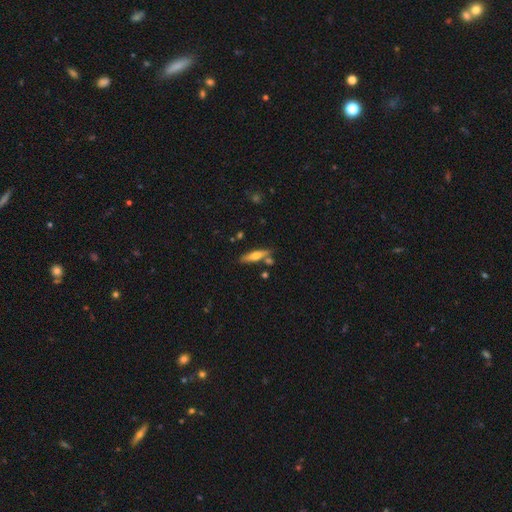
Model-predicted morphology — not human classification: Smooth or featured? smooth (51%)
How rounded? cigar-shaped (71%)
Merging? none (73%)